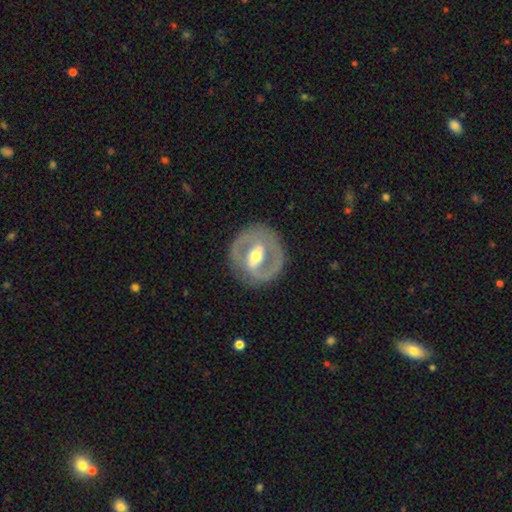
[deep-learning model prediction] Smooth or featured?
  - featured or disk: 77% *
  - smooth: 18%
  - star or artifact: 5%
Edge-on disk?
  - no: 95% *
  - yes: 5%
Bar?
  - strong: 43% *
  - weak: 38%
  - no: 19%
Spiral arms?
  - yes: 59% *
  - no: 41%
Bulge size?
  - moderate: 70% *
  - small: 21%
  - large: 7%
  - dominant: 1%
  - none: 1%
Merging?
  - none: 81% *
  - minor disturbance: 12%
  - major disturbance: 6%
  - merger: 1%